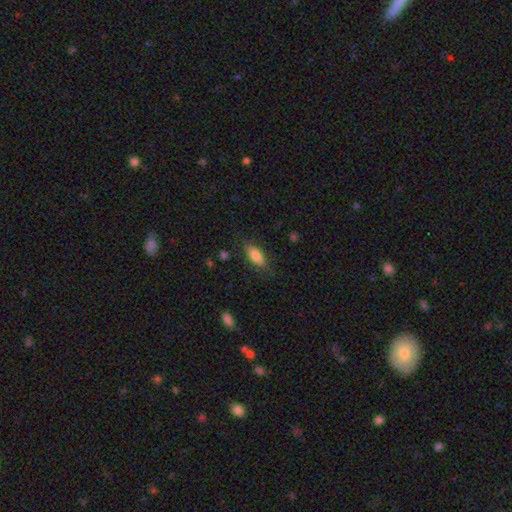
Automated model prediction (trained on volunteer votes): Overall: smooth (77%). How rounded: in between (74%). Merging: none (79%).